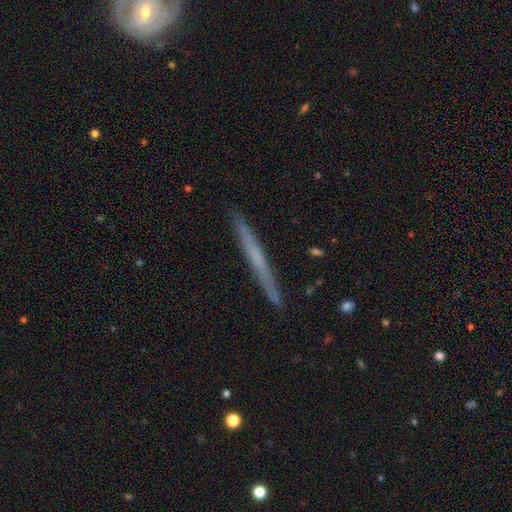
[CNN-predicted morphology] A featured or disk galaxy (50%).

Vote fractions:
- Smooth or featured? featured or disk: 50% / smooth: 44% / star or artifact: 6%
- Merging? none: 91% / minor disturbance: 7% / major disturbance: 1% / merger: 1%